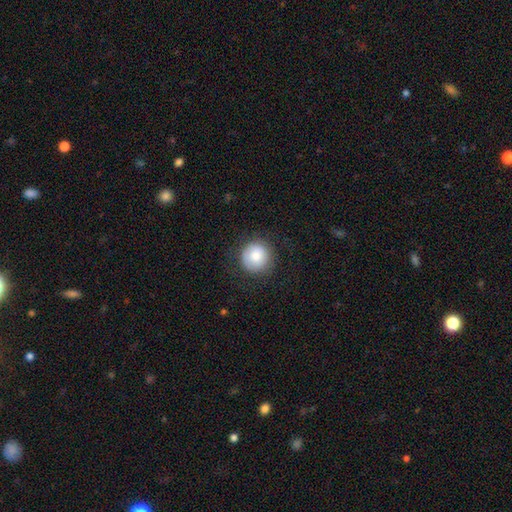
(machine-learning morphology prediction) A smooth galaxy with no disk features (81%) that is round (94%). Merging: none (82%).